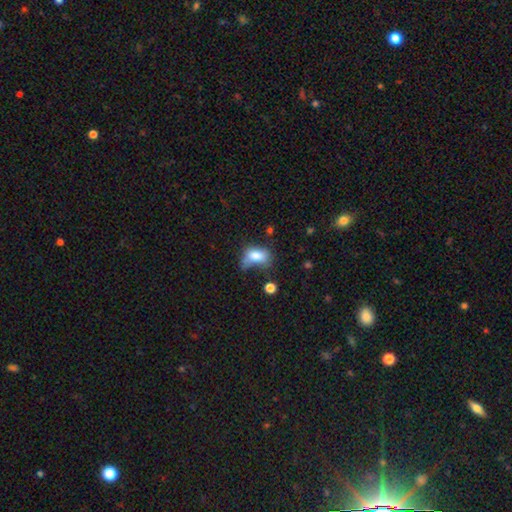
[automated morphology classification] A smooth galaxy with no disk features (76%) that is in between round and cigar-shaped (85%). Merging: major disturbance (31%, tied with minor disturbance).